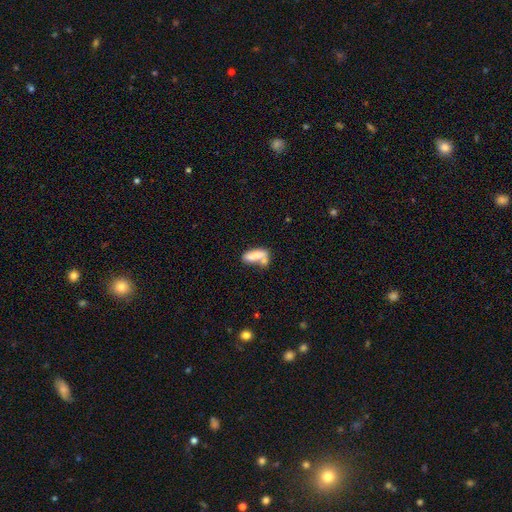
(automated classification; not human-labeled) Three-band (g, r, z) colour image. It shows a smooth galaxy with no disk features (72%) that is in between round and cigar-shaped (63%). Merging: merger (39%).